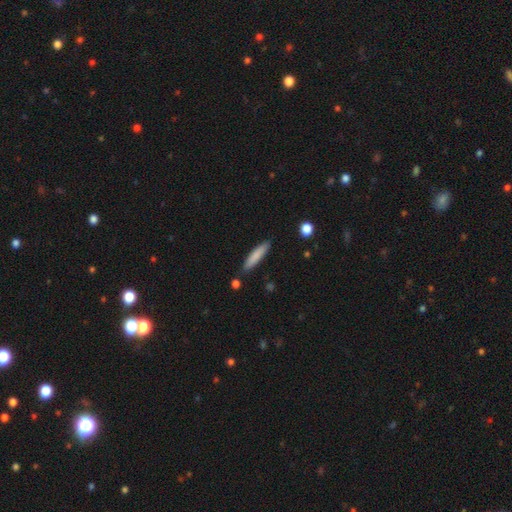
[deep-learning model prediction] Smooth or featured?
  - smooth: 81% *
  - featured or disk: 13%
  - star or artifact: 6%
How rounded?
  - cigar-shaped: 85% *
  - in between: 13%
  - round: 1%
Merging?
  - none: 85% *
  - minor disturbance: 10%
  - merger: 3%
  - major disturbance: 2%